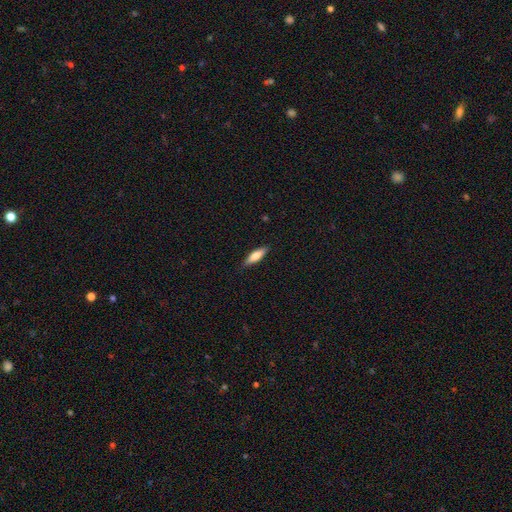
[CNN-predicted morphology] The model was most divided on "how rounded": cigar-shaped: 58%, in between: 40%, round: 2%. More confident: merging — none (87%); smooth or featured — smooth (71%).